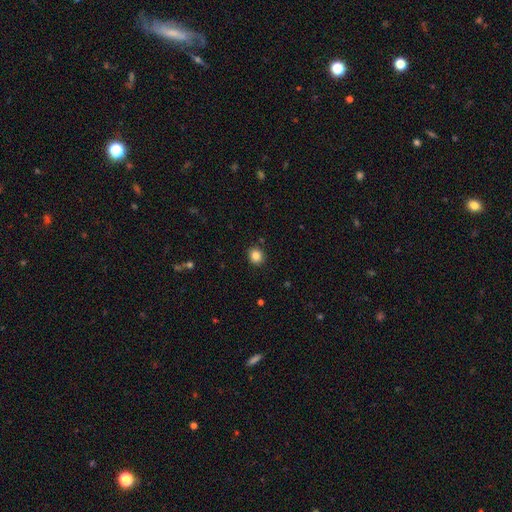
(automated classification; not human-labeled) The model was most divided on "how rounded": round: 83%, in between: 16%, cigar-shaped: 1%. More confident: merging — none (90%); smooth or featured — smooth (85%).